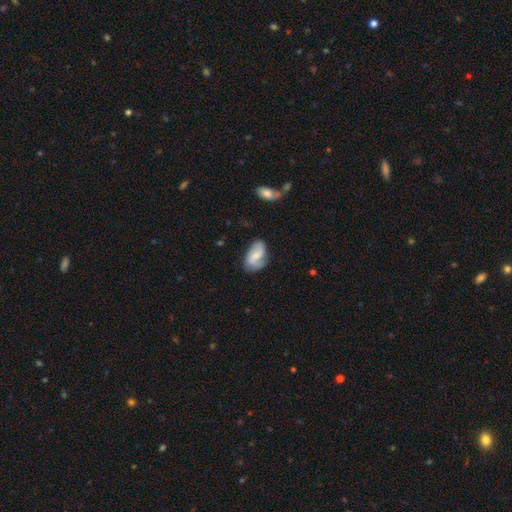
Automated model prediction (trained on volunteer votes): Overall: featured or disk (50%; smooth 43%). Edge-on disk: no (96%). Merging: none (61%; minor disturbance 27%).